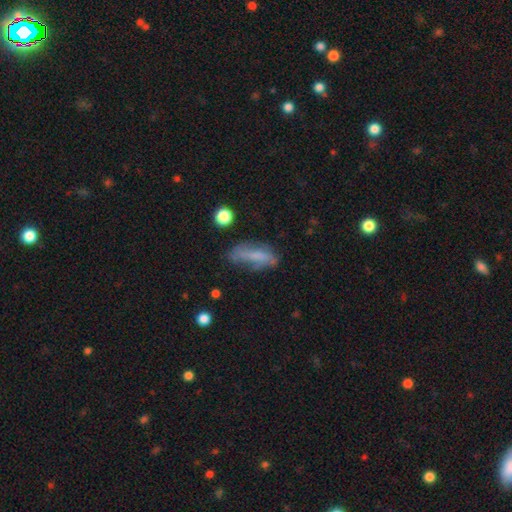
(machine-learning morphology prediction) smooth 53%, featured or disk 36%, star or artifact 11%. Down the decision tree: how rounded — in between (57%); merging — none (50%).